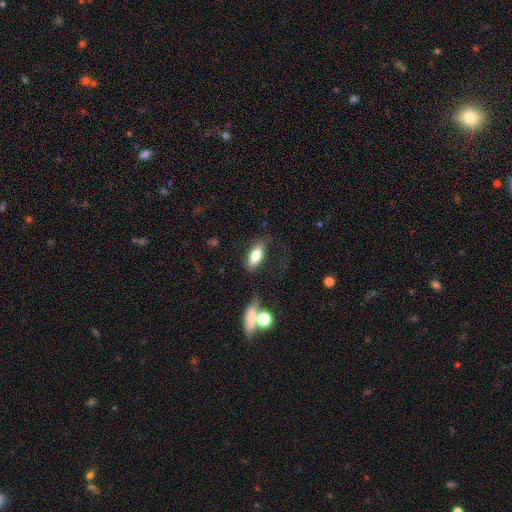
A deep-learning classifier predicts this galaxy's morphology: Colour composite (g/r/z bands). It shows a smooth galaxy with no disk features (77%) that is in between round and cigar-shaped (84%). Merging: none (72%).